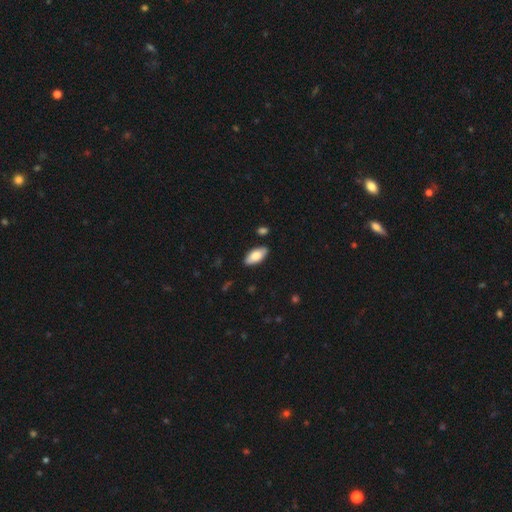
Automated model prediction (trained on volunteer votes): Smooth or featured: smooth — 78% (featured or disk — 16%)
How rounded: in between — 90% (cigar-shaped — 8%)
Merging: none — 88% (minor disturbance — 9%)